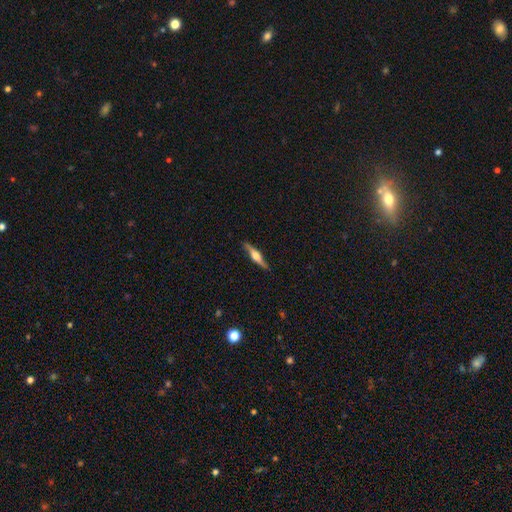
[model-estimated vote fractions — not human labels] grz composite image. It shows a featured or disk galaxy (71%) viewed edge-on (95%) with a rounded central bulge (89%). Merging: none (86%).